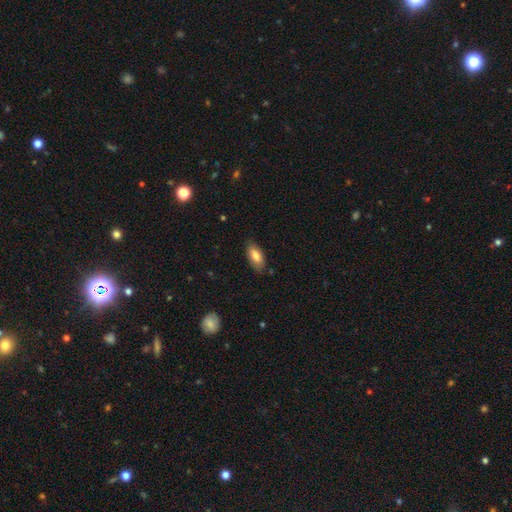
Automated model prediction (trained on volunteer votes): The model was most divided on "merging": none: 82%, minor disturbance: 15%, major disturbance: 3%, merger: 1%. More confident: how rounded — in between (88%); smooth or featured — smooth (81%).